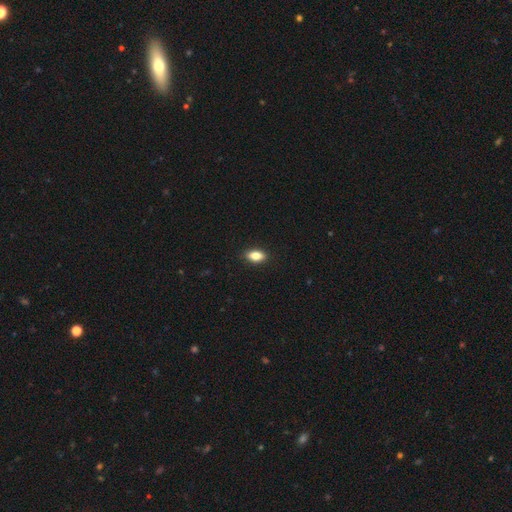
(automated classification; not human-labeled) The model was most divided on "smooth or featured": smooth: 81%, featured or disk: 11%, star or artifact: 8%. More confident: merging — none (89%); how rounded — in between (86%).